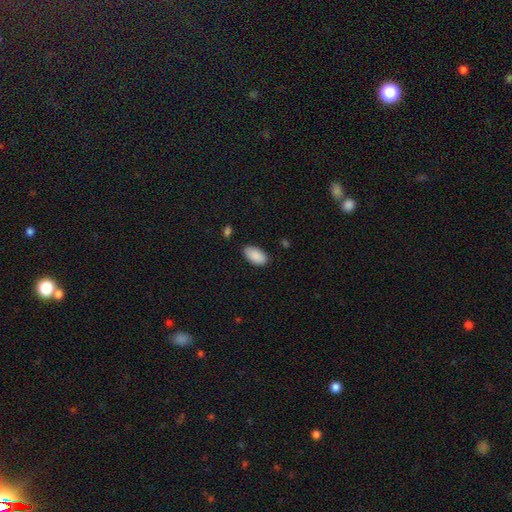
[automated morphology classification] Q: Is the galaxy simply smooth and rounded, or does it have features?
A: smooth — 90%.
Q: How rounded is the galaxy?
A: in between — 95%.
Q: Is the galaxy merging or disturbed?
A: none — 81%.